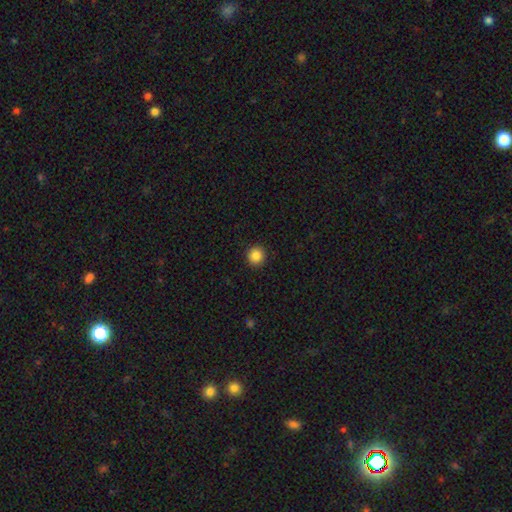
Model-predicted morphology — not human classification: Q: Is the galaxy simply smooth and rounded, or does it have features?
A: smooth — 86%.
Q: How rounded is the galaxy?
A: round — 93%.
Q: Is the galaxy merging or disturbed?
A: none — 92%.